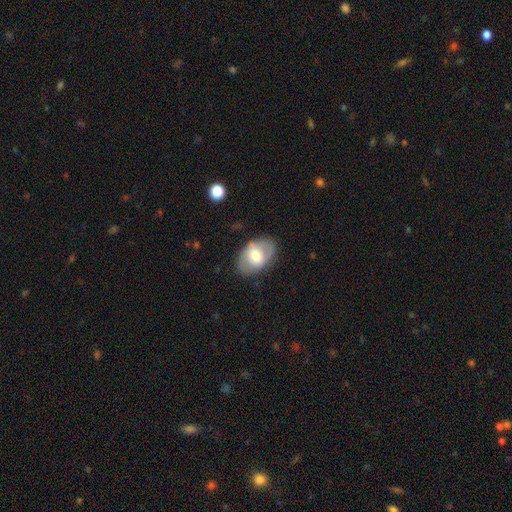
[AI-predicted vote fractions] The model was most divided on "smooth or featured": smooth: 53%, featured or disk: 41%, star or artifact: 7%. More confident: how rounded — in between (85%); merging — none (76%).